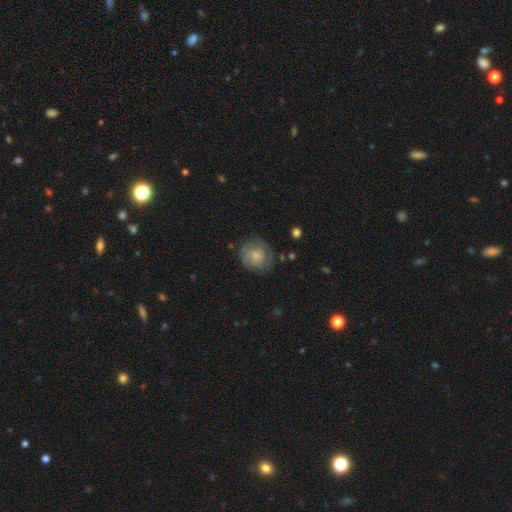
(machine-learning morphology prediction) A smooth galaxy with no disk features (57%) that is round (84%).

Vote fractions:
- Smooth or featured? smooth: 57% / featured or disk: 35% / star or artifact: 8%
- How rounded? round: 84% / in between: 15% / cigar-shaped: 1%
- Merging? none: 71% / minor disturbance: 20% / major disturbance: 8% / merger: 1%